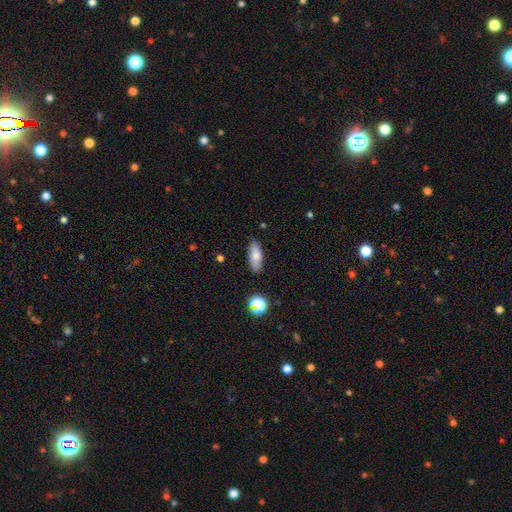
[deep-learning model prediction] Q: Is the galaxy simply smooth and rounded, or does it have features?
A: smooth — 79%.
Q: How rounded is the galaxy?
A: in between — 70%.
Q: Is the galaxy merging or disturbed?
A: none — 85%.